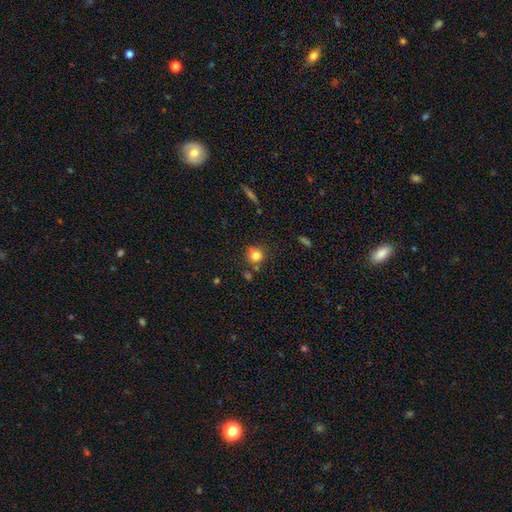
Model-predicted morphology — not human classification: Overall: smooth (81%). How rounded: round (90%). Merging: none (75%).